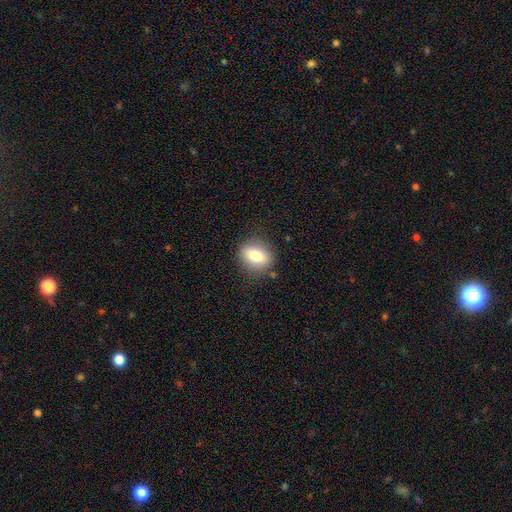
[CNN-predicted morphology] Overall: smooth (77%). How rounded: in between (55%; round 43%). Merging: none (84%).